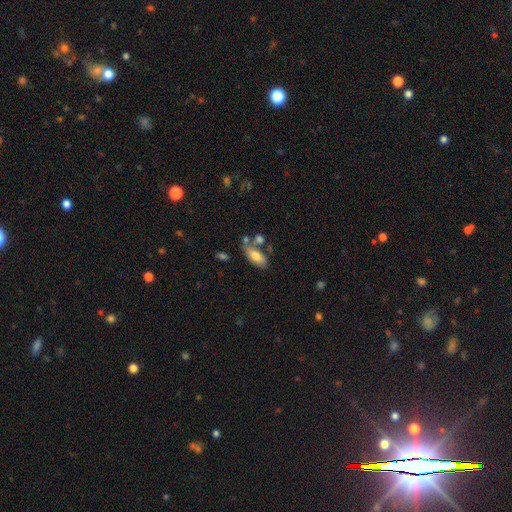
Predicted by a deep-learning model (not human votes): smooth-or-featured: smooth: 72% | featured or disk: 21% | star or artifact: 7%
  how-rounded: in between: 83% | cigar-shaped: 14% | round: 3%
  merging: none: 54% | merger: 21% | minor disturbance: 18% | major disturbance: 6%